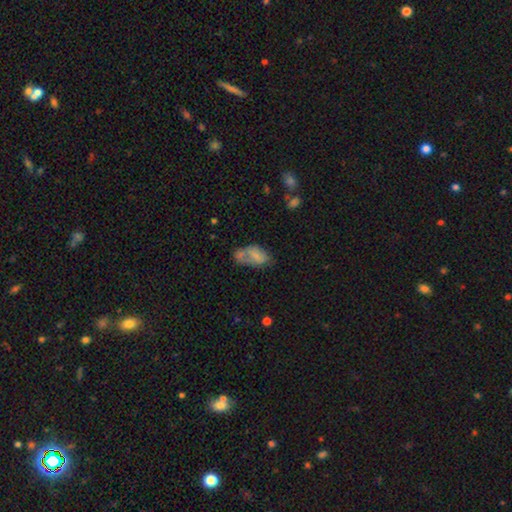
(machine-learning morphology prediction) Smooth or featured? Predicted: smooth (p=0.61). How rounded? Predicted: in between (p=0.91). Merging? Predicted: none (p=0.29).